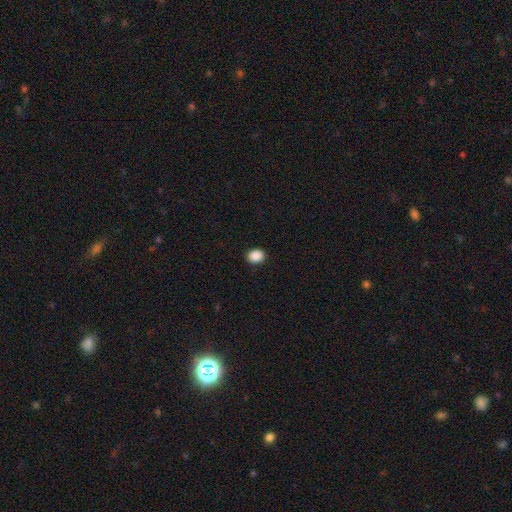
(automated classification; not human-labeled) smooth_or_featured: smooth (p=0.89) [alt: star or artifact p=0.08]
how_rounded: round (p=0.52) [alt: in between p=0.47]
merging: none (p=0.91) [alt: minor disturbance p=0.06]